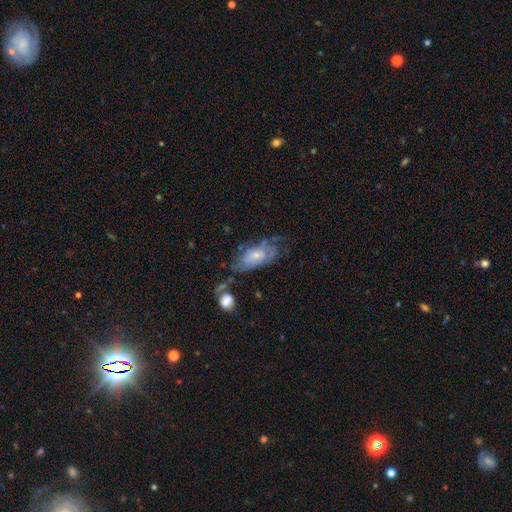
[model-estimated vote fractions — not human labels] This is possibly a featured or disk galaxy (57%). It is clearly not viewed edge-on (91%). Bar: likely no (72%). Spiral arm pattern: likely yes (70%). Central bulge: possibly small (56%). Merging: marginally none (42%).